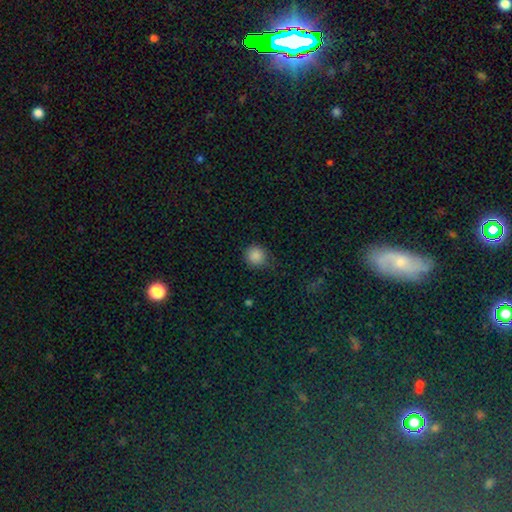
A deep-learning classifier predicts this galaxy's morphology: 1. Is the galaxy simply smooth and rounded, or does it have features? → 87% smooth, 10% star or artifact, 3% featured or disk.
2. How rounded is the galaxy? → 90% round, 9% in between, 1% cigar-shaped.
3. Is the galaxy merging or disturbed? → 77% none, 18% minor disturbance, 4% major disturbance, 1% merger.